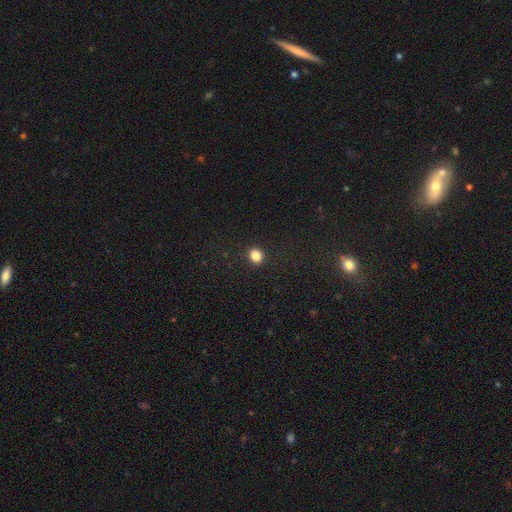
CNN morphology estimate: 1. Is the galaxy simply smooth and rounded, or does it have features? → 85% smooth, 11% star or artifact, 4% featured or disk.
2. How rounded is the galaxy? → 61% round, 38% in between, 1% cigar-shaped.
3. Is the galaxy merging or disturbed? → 90% none, 7% minor disturbance, 2% major disturbance, 1% merger.